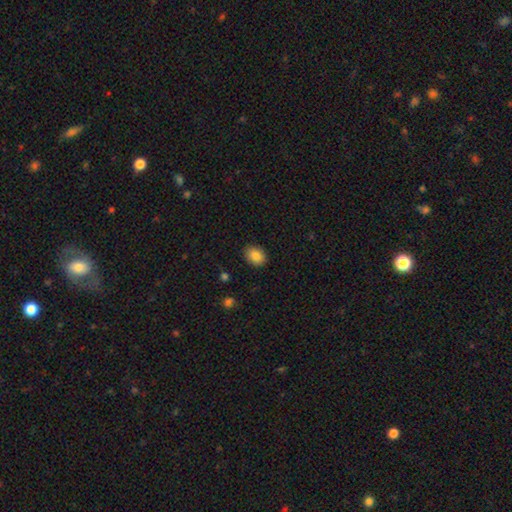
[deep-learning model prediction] smooth 85%, star or artifact 8%, featured or disk 6%. Down the decision tree: how rounded — in between (67%); merging — none (88%).